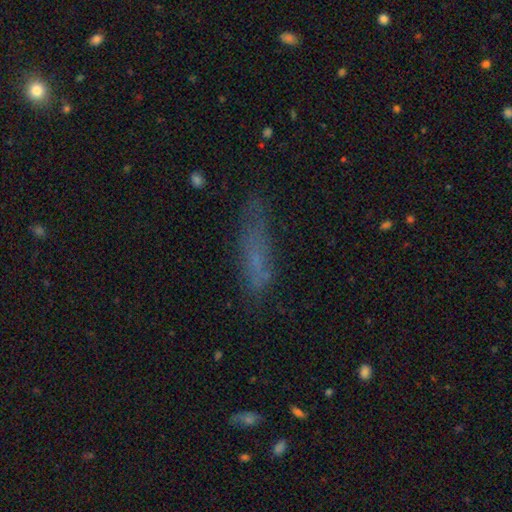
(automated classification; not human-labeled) Smooth or featured? smooth (56%)
How rounded? cigar-shaped (71%)
Merging? none (70%)